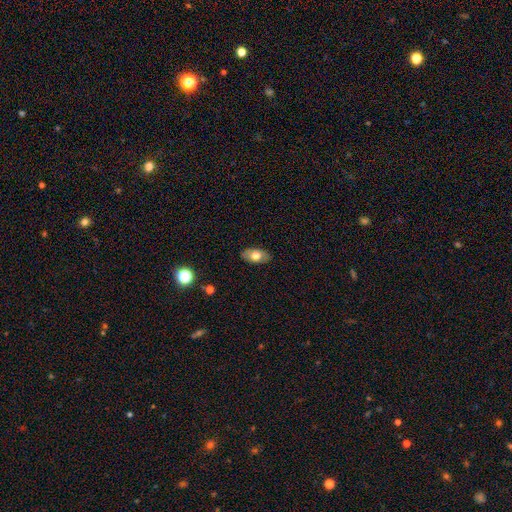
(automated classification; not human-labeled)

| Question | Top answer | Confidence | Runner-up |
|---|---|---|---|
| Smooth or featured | smooth | 69% | featured or disk (23%) |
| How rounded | in between | 91% | round (6%) |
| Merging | none | 86% | minor disturbance (11%) |